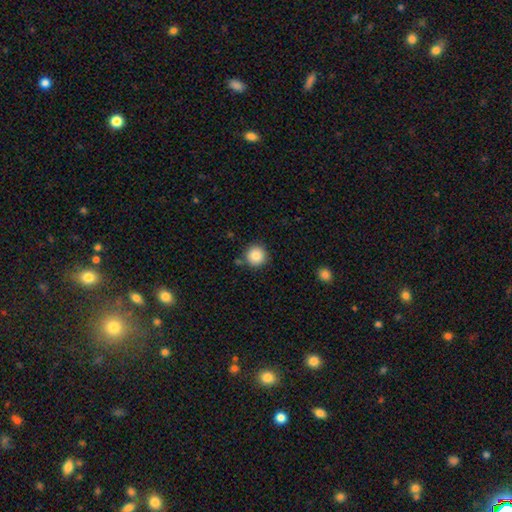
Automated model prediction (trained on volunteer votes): A smooth galaxy with no disk features (85%) that is round (95%).

Vote fractions:
- Smooth or featured? smooth: 85% / star or artifact: 10% / featured or disk: 5%
- How rounded? round: 95% / in between: 4% / cigar-shaped: 1%
- Merging? none: 85% / minor disturbance: 8% / merger: 5% / major disturbance: 2%